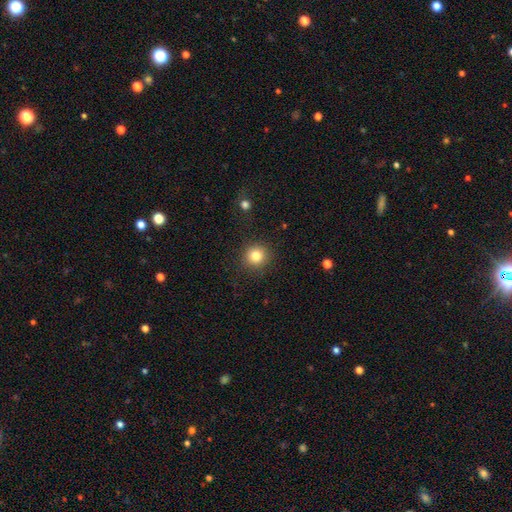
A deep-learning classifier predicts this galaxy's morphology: Q: Smooth or featured?
A: smooth (82%); runner-up: star or artifact (11%)
Q: How rounded?
A: round (93%); runner-up: in between (6%)
Q: Merging?
A: none (90%); runner-up: minor disturbance (6%)